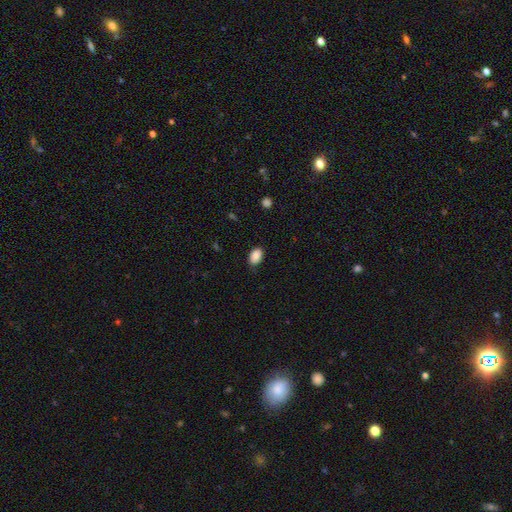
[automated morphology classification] Smooth or featured? smooth (88%)
How rounded? in between (86%)
Merging? none (81%)